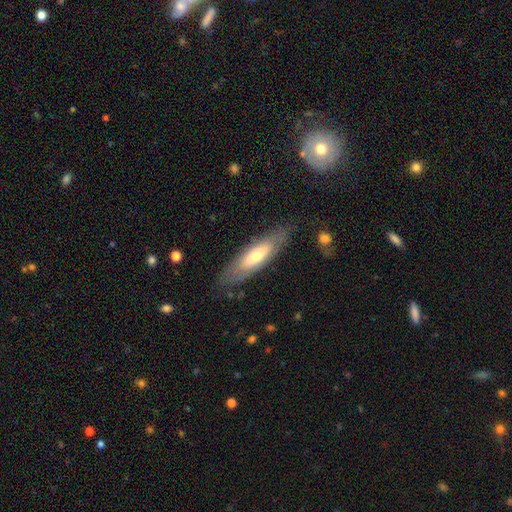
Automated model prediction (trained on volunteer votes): smooth-or-featured: smooth: 49% | featured or disk: 45% | star or artifact: 6%
  merging: none: 79% | minor disturbance: 15% | major disturbance: 5% | merger: 2%